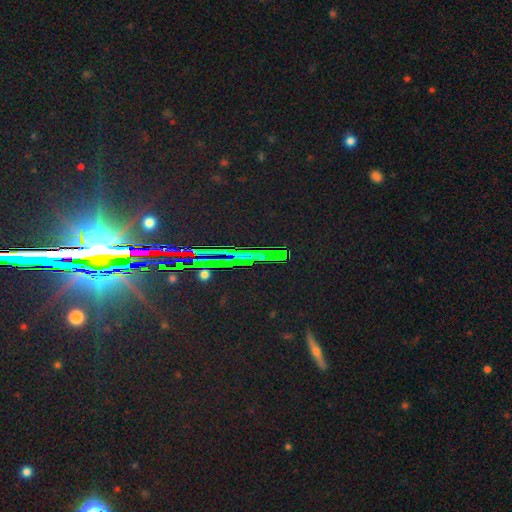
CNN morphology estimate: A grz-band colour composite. It shows a star or artifact, not a galaxy (78%).